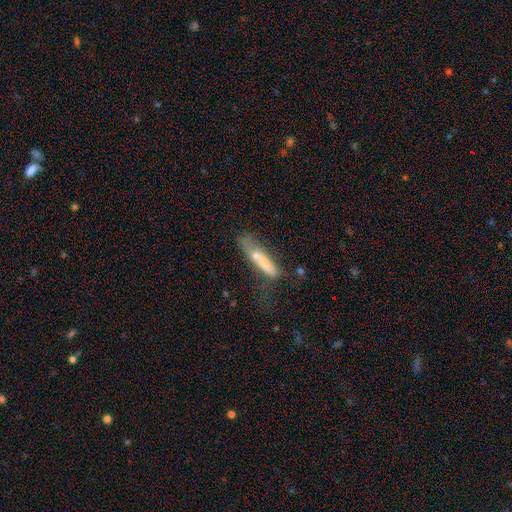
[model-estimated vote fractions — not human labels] smooth 61%, featured or disk 31%, star or artifact 8%. Down the decision tree: how rounded — cigar-shaped (77%); merging — none (35%).